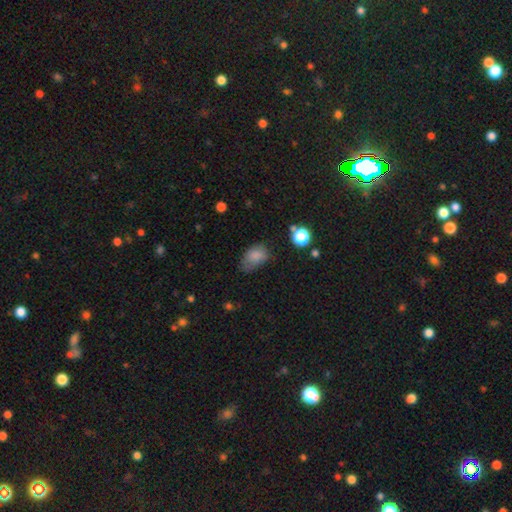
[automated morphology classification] This appears to be a smooth galaxy with no disk features (82%) that is in between round and cigar-shaped (83%). Merging: none (49%).